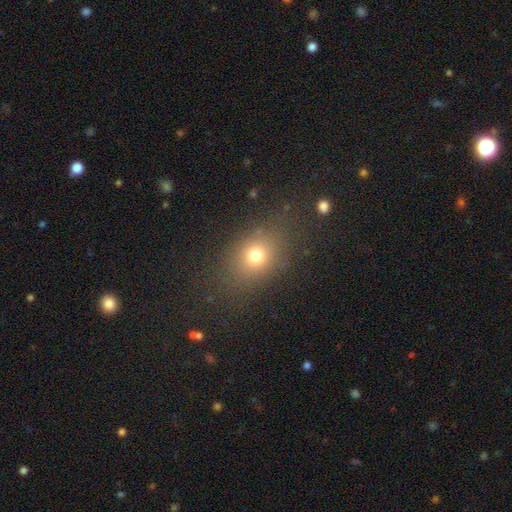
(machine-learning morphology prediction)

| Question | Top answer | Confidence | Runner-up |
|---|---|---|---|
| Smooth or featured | smooth | 73% | star or artifact (16%) |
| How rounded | in between | 52% | round (46%) |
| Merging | none | 77% | minor disturbance (13%) |